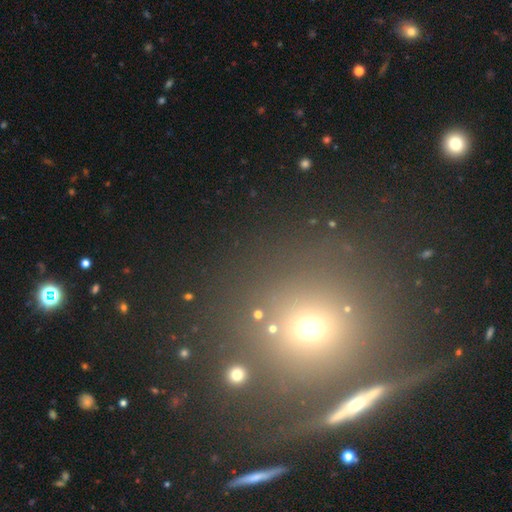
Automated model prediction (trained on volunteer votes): This appears to be a star or artifact, not a galaxy (45%).